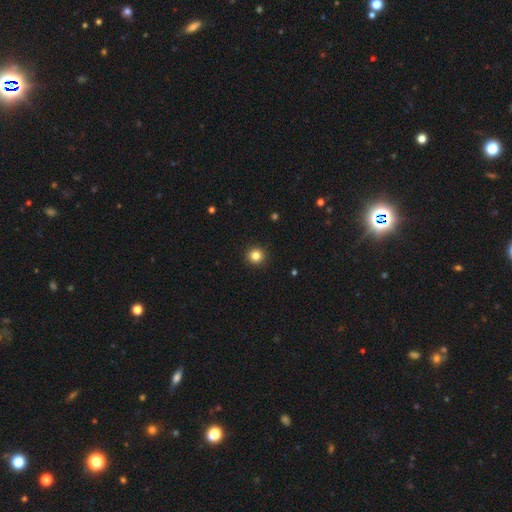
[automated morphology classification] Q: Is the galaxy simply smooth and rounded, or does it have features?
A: smooth — 83%.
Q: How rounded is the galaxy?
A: round — 94%.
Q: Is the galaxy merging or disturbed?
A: none — 93%.